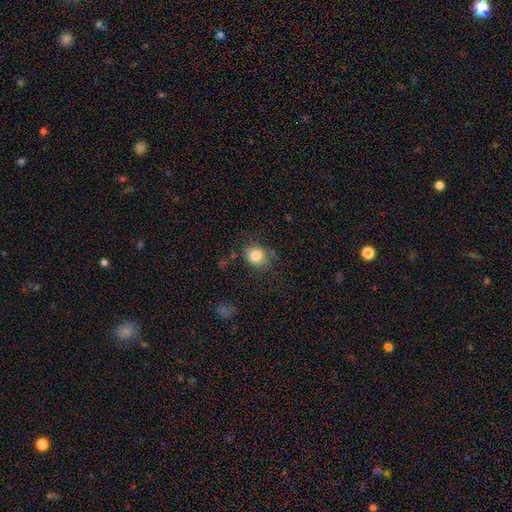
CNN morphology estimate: Overall: smooth (83%). How rounded: round (69%; in between 30%). Merging: none (71%).